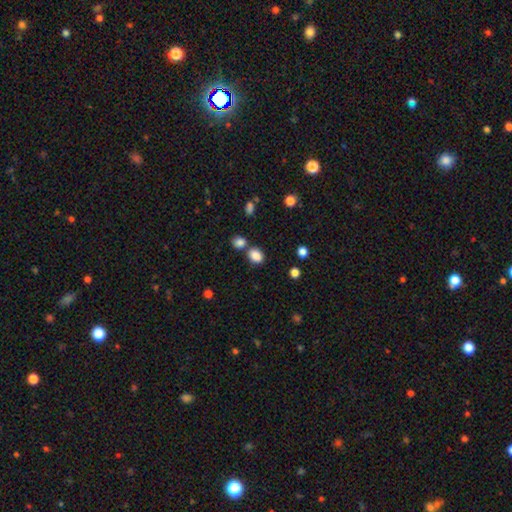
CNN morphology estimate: Overall: smooth (85%). How rounded: in between (58%; round 41%). Merging: none (65%).